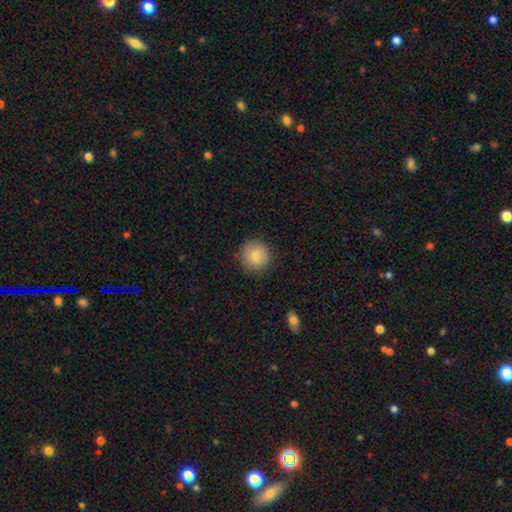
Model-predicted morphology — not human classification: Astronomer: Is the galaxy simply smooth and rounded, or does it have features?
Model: smooth — 84%.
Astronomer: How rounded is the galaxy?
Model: round — 93%.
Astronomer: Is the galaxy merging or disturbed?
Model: none — 85%.